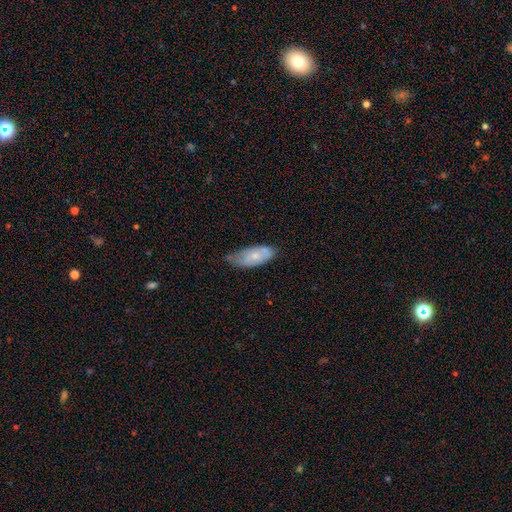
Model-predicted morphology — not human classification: Smooth or featured? smooth (60%)
How rounded? in between (85%)
Merging? none (48%)